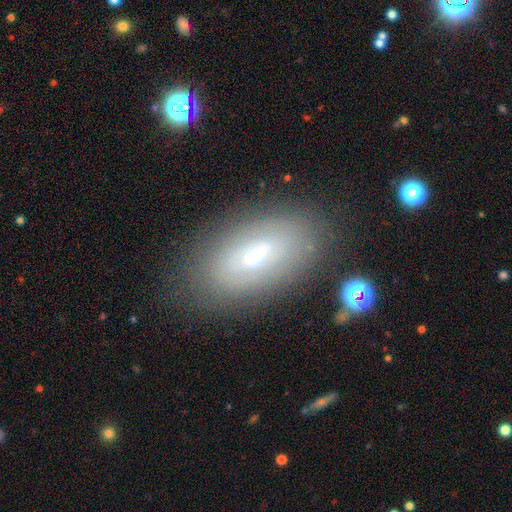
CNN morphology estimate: Overall: smooth (45%; featured or disk 44%). Merging: none (83%).